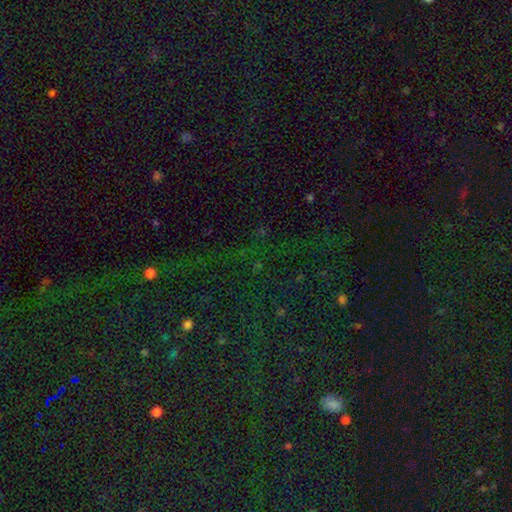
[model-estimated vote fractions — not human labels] Q: Smooth or featured?
A: star or artifact (78%); runner-up: smooth (13%)